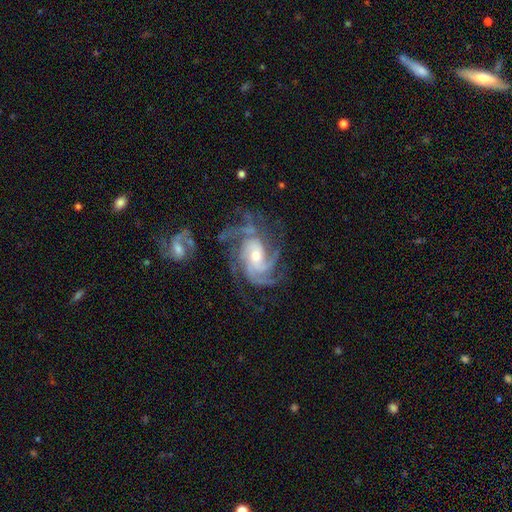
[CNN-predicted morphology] Overall: featured or disk (91%). Edge-on disk: no (98%). Bar: no (55%; weak 33%). Spiral arms: yes (98%). Spiral arm count: 4 (35%; 3 28%). Spiral winding: tight (52%; medium 40%). Bulge size: moderate (58%; small 33%). Merging: none (63%).